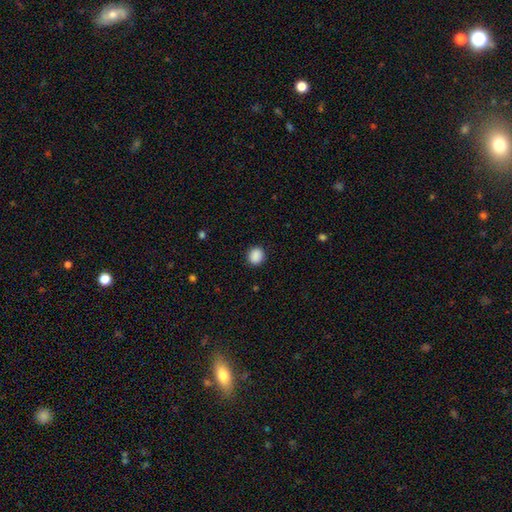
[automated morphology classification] smooth_or_featured: smooth (p=0.89) [alt: star or artifact p=0.09]
how_rounded: round (p=0.82) [alt: in between p=0.17]
merging: none (p=0.90) [alt: minor disturbance p=0.07]